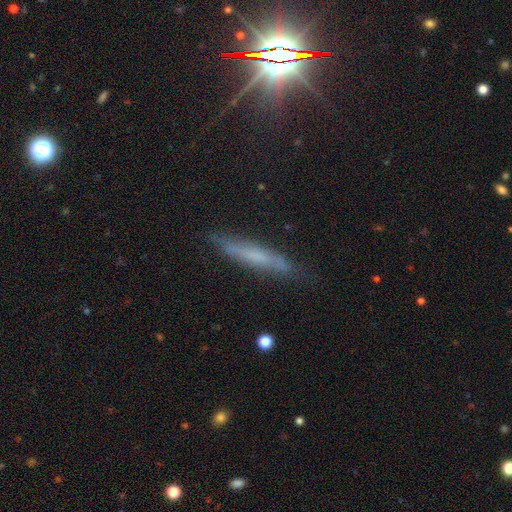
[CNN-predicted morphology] Overall: smooth (45%; featured or disk 43%). Merging: none (79%).